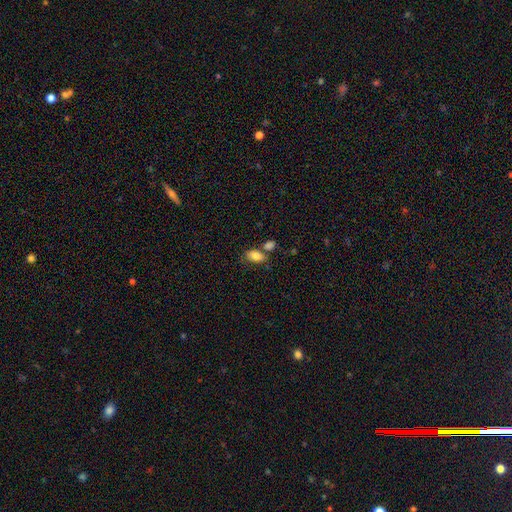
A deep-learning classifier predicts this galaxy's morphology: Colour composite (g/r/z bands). It shows a smooth galaxy with no disk features (82%) that is in between round and cigar-shaped (90%). Merging: none (57%).